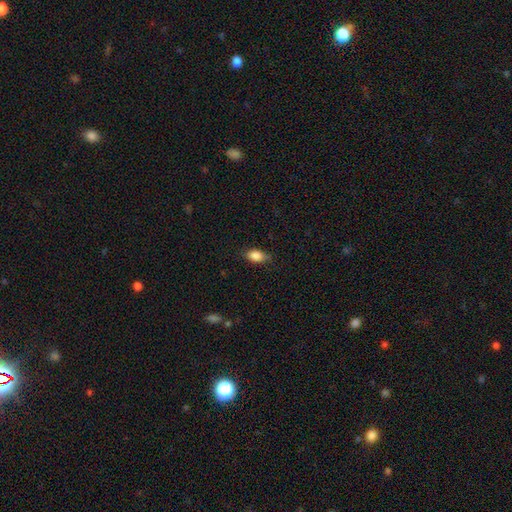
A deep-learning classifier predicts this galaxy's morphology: Smooth or featured? smooth (85%)
How rounded? in between (86%)
Merging? none (75%)